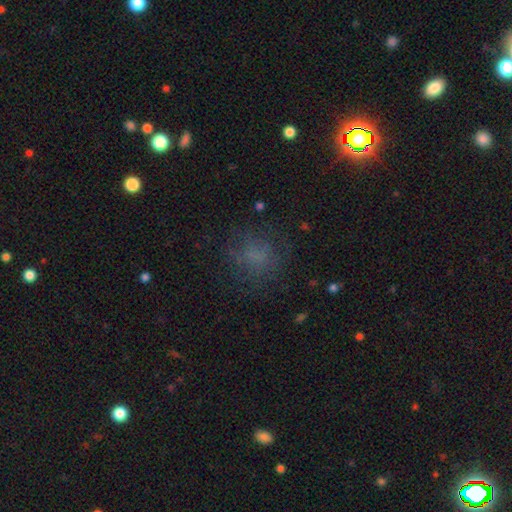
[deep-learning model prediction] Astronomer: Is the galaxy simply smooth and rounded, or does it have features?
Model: smooth — 58%.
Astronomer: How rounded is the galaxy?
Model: round — 73%.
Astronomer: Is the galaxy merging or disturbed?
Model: none — 69%.